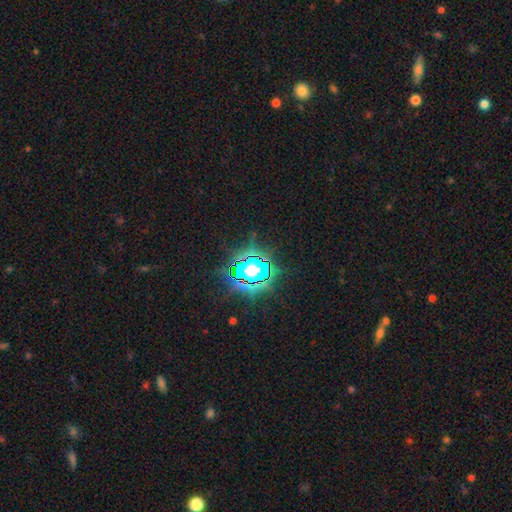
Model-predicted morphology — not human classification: The model was most divided on "smooth or featured": star or artifact: 81%, smooth: 11%, featured or disk: 8%.